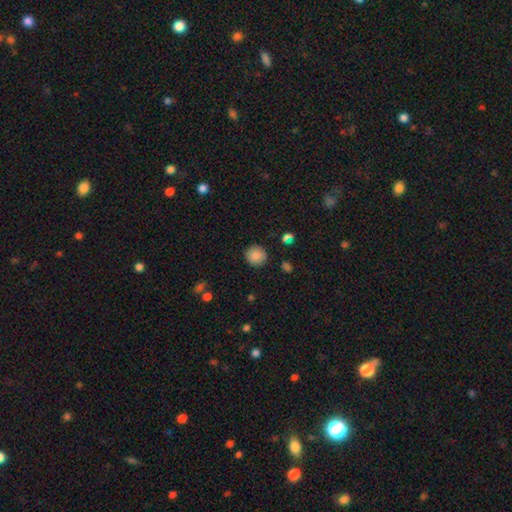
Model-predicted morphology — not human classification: Smooth or featured: smooth — 86% (star or artifact — 9%)
How rounded: round — 90% (in between — 9%)
Merging: none — 87% (minor disturbance — 9%)